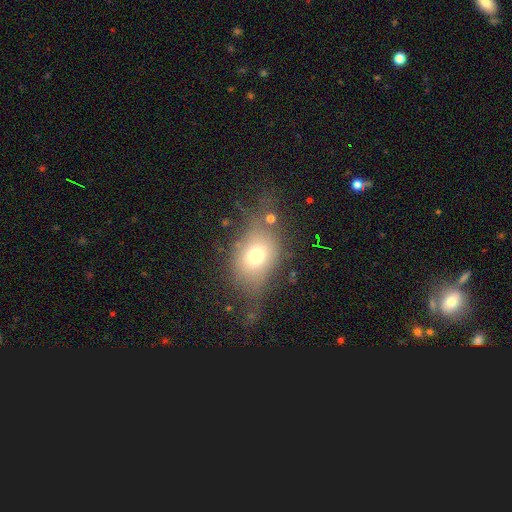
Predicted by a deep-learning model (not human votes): This appears to be a smooth galaxy with no disk features (66%) that is in between round and cigar-shaped (70%). Merging: none (45%).